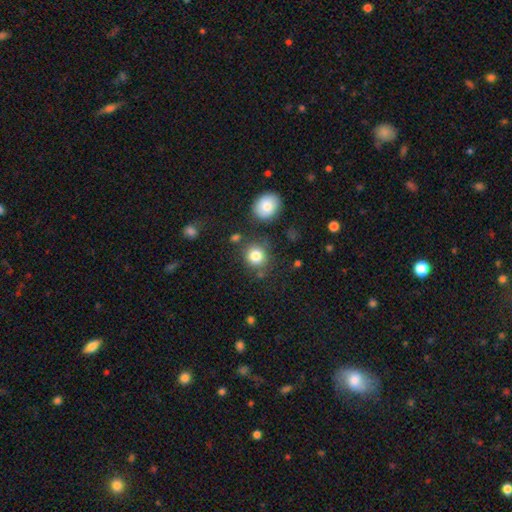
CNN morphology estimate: smooth_or_featured: smooth (p=0.83) [alt: star or artifact p=0.11]
how_rounded: round (p=0.85) [alt: in between p=0.14]
merging: none (p=0.77) [alt: minor disturbance p=0.11]